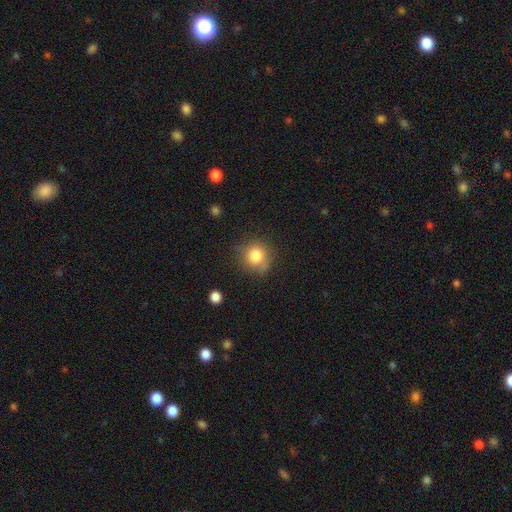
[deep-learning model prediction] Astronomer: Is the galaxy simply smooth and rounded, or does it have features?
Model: smooth — 81%.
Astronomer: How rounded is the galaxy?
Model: round — 90%.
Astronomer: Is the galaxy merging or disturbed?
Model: none — 74%.